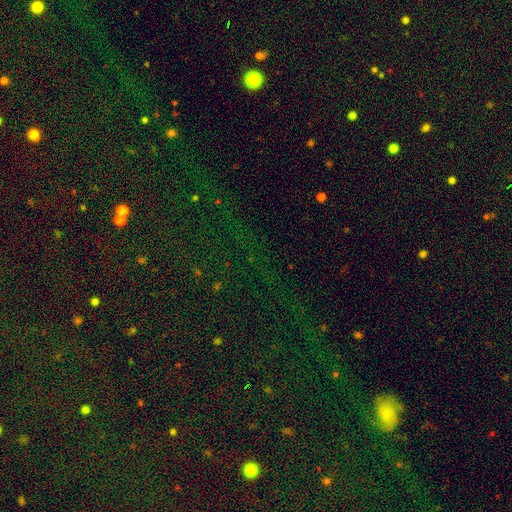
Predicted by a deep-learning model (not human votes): smooth-or-featured: star or artifact: 75% | smooth: 15% | featured or disk: 9%